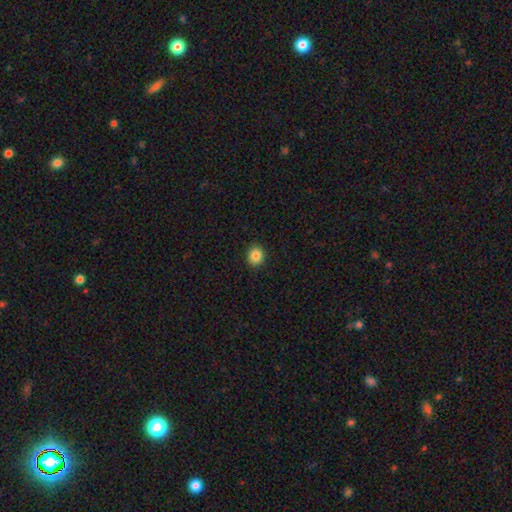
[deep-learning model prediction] Smooth or featured?
  - smooth: 85% *
  - star or artifact: 10%
  - featured or disk: 5%
How rounded?
  - round: 77% *
  - in between: 23%
  - cigar-shaped: 1%
Merging?
  - none: 91% *
  - minor disturbance: 6%
  - major disturbance: 2%
  - merger: 1%